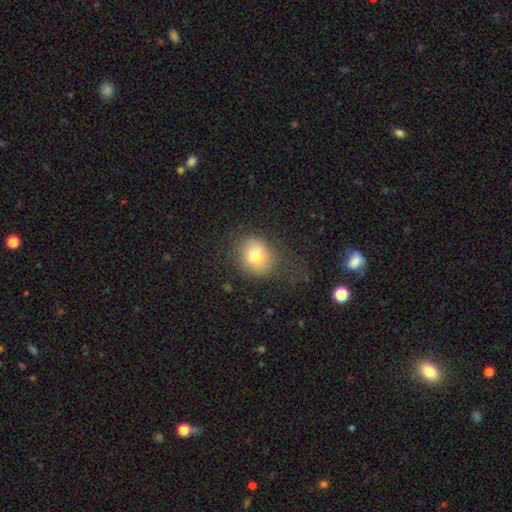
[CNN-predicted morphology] Smooth or featured: smooth — 74% (featured or disk — 14%)
How rounded: round — 69% (in between — 30%)
Merging: none — 67% (minor disturbance — 18%)